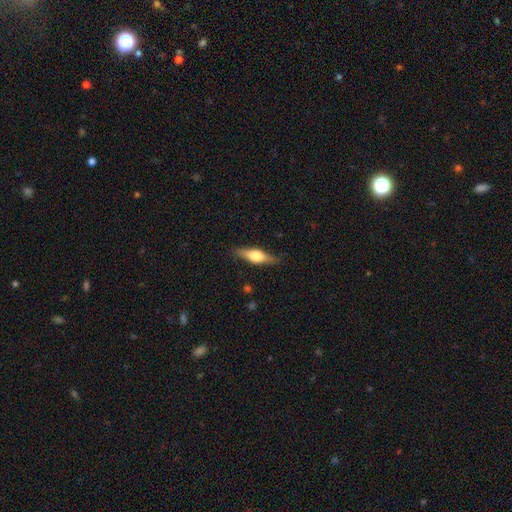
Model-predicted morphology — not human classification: Smooth or featured?
  - featured or disk: 52% *
  - smooth: 42%
  - star or artifact: 6%
Edge-on disk?
  - yes: 94% *
  - no: 6%
Merging?
  - none: 86% *
  - minor disturbance: 11%
  - major disturbance: 2%
  - merger: 1%